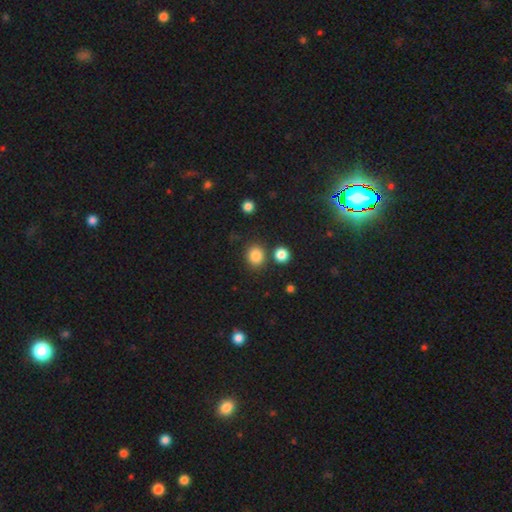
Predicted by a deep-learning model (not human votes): Smooth or featured? Predicted: smooth (p=0.84). How rounded? Predicted: round (p=0.74). Merging? Predicted: none (p=0.79).